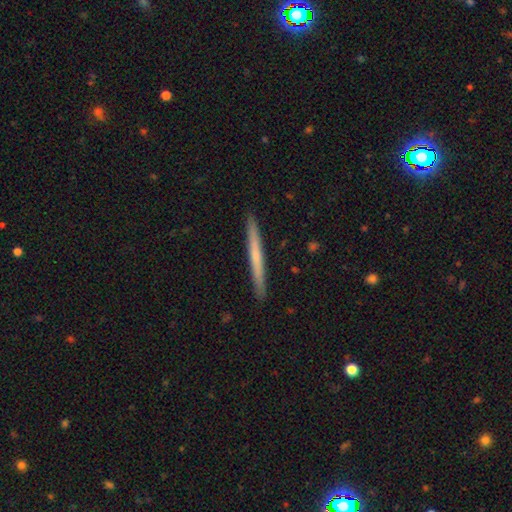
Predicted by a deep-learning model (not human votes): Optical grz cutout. It shows a smooth galaxy with no disk features (52%) that is cigar-shaped (97%). Merging: none (92%).